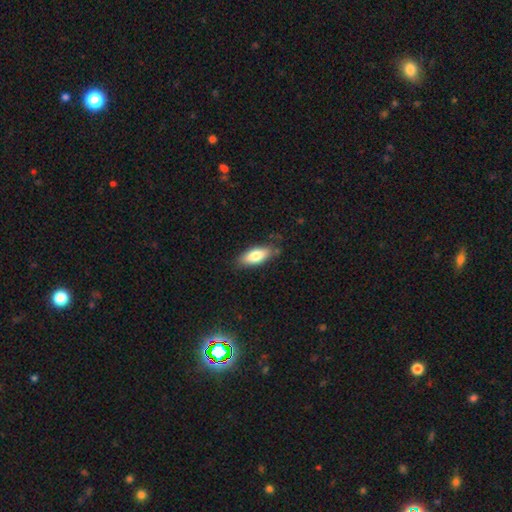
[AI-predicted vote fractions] The model was most divided on "how rounded": in between: 77%, cigar-shaped: 21%, round: 2%. More confident: merging — none (80%); smooth or featured — smooth (78%).